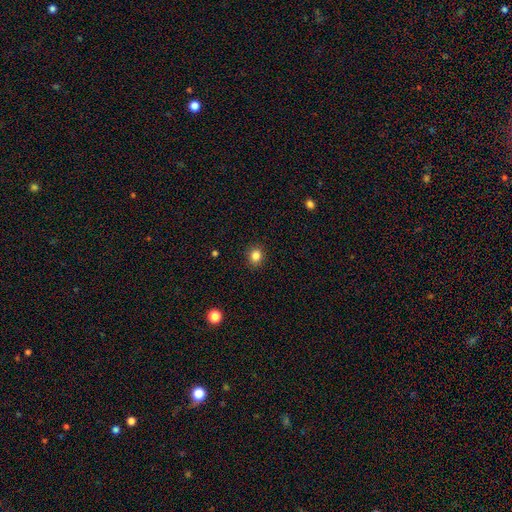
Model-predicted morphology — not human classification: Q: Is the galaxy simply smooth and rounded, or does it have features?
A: smooth — 84%.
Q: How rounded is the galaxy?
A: round — 73%.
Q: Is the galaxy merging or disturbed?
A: none — 90%.